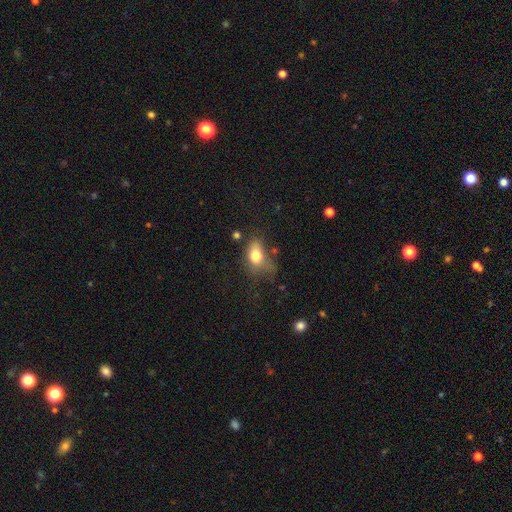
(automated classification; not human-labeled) smooth_or_featured: smooth (p=0.75) [alt: featured or disk p=0.15]
how_rounded: in between (p=0.78) [alt: round p=0.20]
merging: none (p=0.33) [alt: minor disturbance p=0.32]